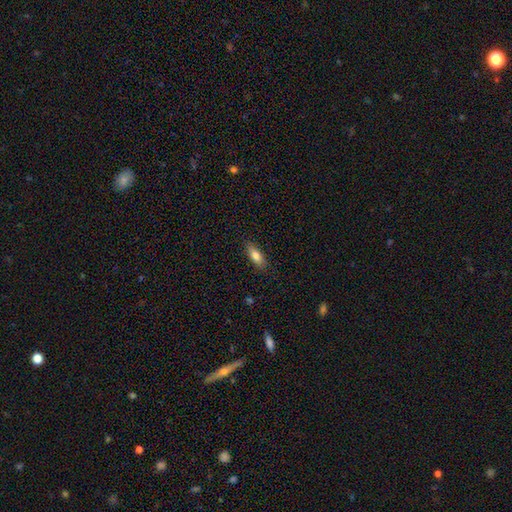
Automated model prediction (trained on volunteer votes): smooth-or-featured: smooth: 79% | featured or disk: 14% | star or artifact: 7%
  how-rounded: in between: 70% | cigar-shaped: 27% | round: 3%
  merging: none: 85% | minor disturbance: 11% | major disturbance: 2% | merger: 1%